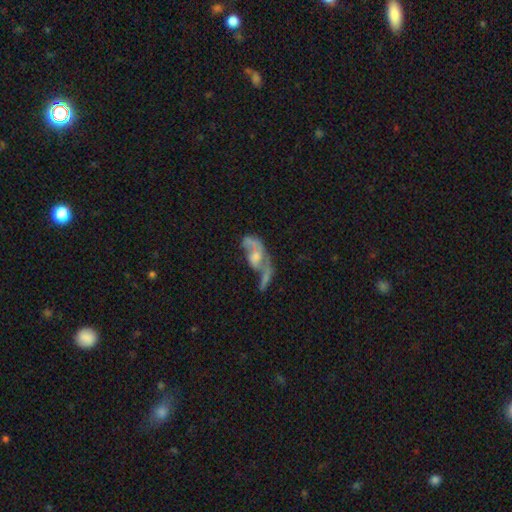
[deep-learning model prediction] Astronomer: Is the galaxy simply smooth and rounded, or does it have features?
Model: featured or disk — 62%.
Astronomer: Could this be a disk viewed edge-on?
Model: no — 90%.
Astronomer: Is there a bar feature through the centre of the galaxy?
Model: no — 78%.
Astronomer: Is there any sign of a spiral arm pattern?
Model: no — 53% (runner-up: yes, 47%).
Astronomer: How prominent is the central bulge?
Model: moderate — 40% (runner-up: small, 27%).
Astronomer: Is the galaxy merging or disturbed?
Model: merger — 41% (runner-up: major disturbance, 30%).